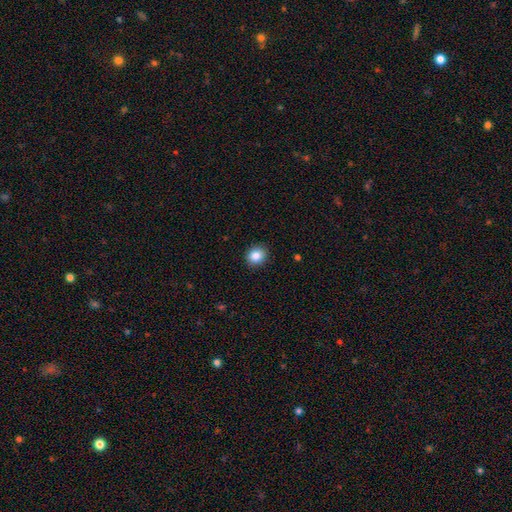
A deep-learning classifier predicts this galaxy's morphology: This appears to be a smooth galaxy with no disk features (86%) that is round (77%). Merging: none (90%).